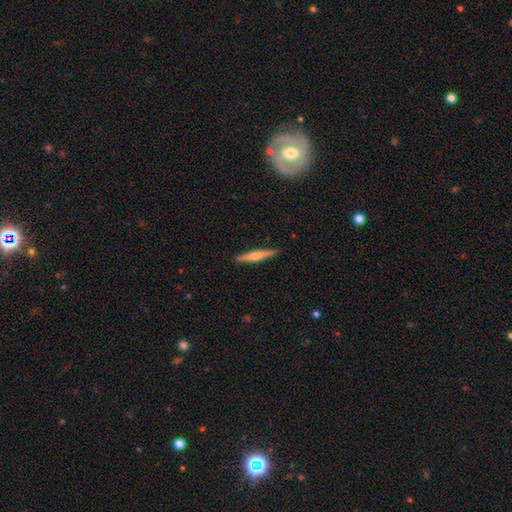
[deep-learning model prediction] This is possibly a featured or disk galaxy (55%). It is clearly viewed edge-on (97%). Edge-on bulge: likely rounded (78%). Merging: clearly none (91%).